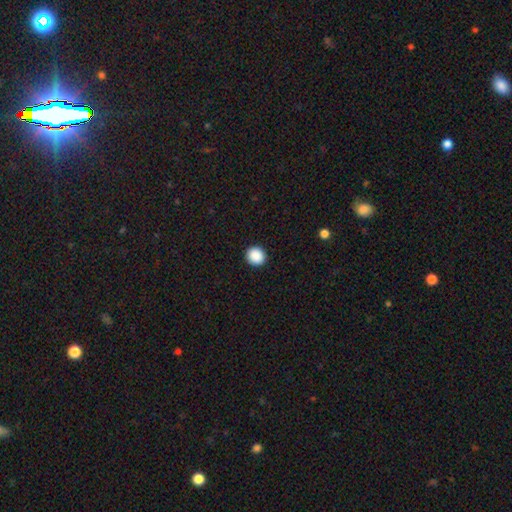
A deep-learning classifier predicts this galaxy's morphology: Smooth or featured?
  - smooth: 89% *
  - star or artifact: 9%
  - featured or disk: 2%
How rounded?
  - round: 89% *
  - in between: 10%
  - cigar-shaped: 1%
Merging?
  - none: 93% *
  - minor disturbance: 4%
  - major disturbance: 2%
  - merger: 1%